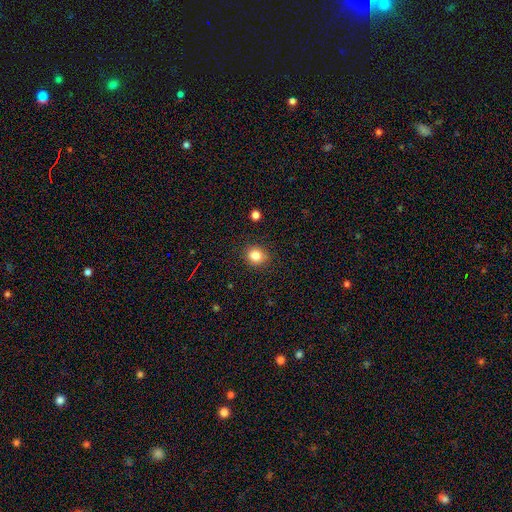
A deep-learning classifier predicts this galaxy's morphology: A smooth galaxy with no disk features (83%) that is round (81%).

Vote fractions:
- Smooth or featured? smooth: 83% / star or artifact: 11% / featured or disk: 5%
- How rounded? round: 81% / in between: 18% / cigar-shaped: 1%
- Merging? none: 88% / minor disturbance: 8% / major disturbance: 2% / merger: 1%